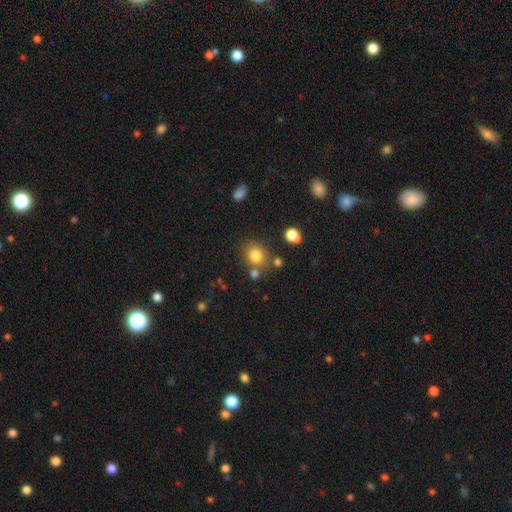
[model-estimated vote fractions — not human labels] smooth_or_featured: smooth (p=0.80) [alt: star or artifact p=0.13]
how_rounded: round (p=0.73) [alt: in between p=0.27]
merging: none (p=0.70) [alt: merger p=0.13]